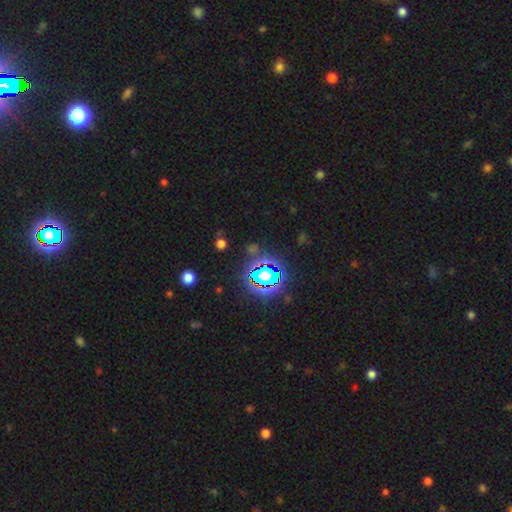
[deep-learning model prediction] This appears to be a star or artifact, not a galaxy (74%).